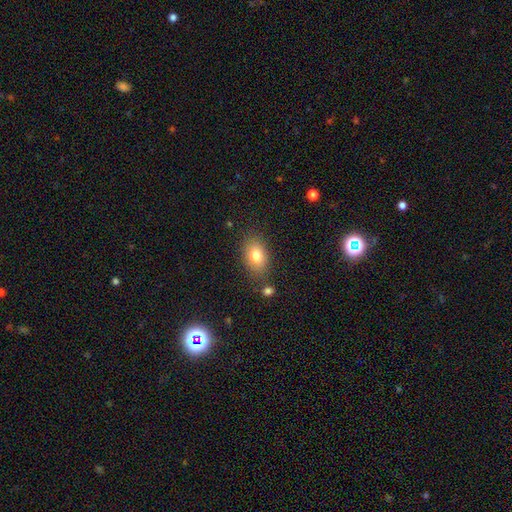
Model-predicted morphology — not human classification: Smooth or featured? Predicted: smooth (p=0.79). How rounded? Predicted: in between (p=0.83). Merging? Predicted: none (p=0.80).